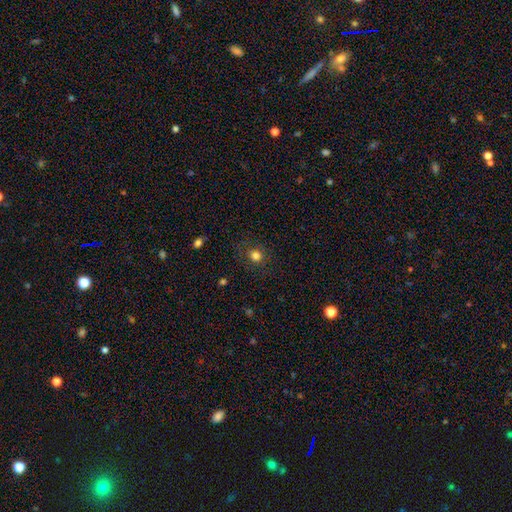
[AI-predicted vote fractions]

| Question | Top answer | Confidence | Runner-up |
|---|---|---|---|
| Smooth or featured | smooth | 81% | star or artifact (13%) |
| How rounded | round | 86% | in between (13%) |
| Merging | none | 84% | minor disturbance (10%) |